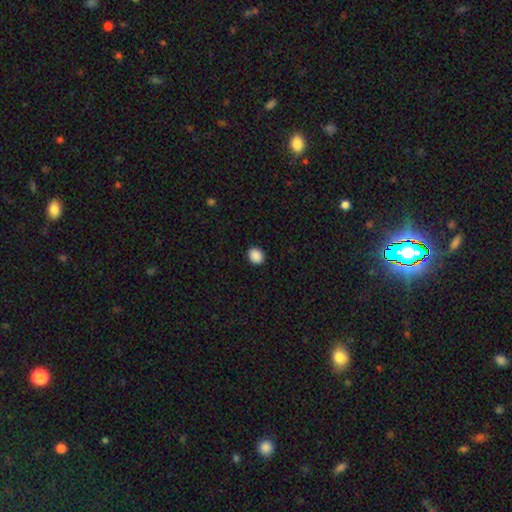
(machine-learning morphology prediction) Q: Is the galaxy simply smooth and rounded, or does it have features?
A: smooth — 89%.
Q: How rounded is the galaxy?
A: round — 63%.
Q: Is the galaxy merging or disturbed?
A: none — 92%.